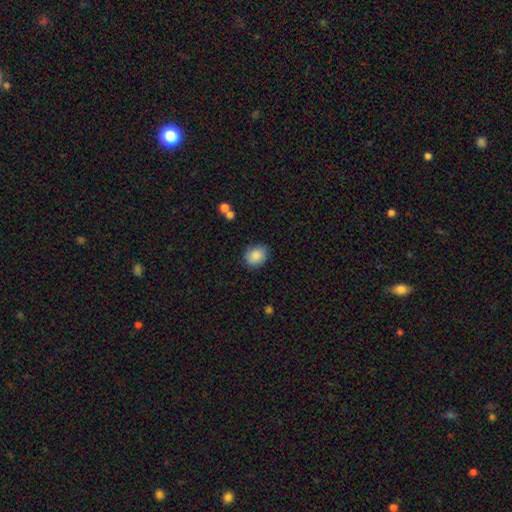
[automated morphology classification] smooth 87%, star or artifact 8%, featured or disk 5%. Down the decision tree: how rounded — round (62%); merging — none (84%).